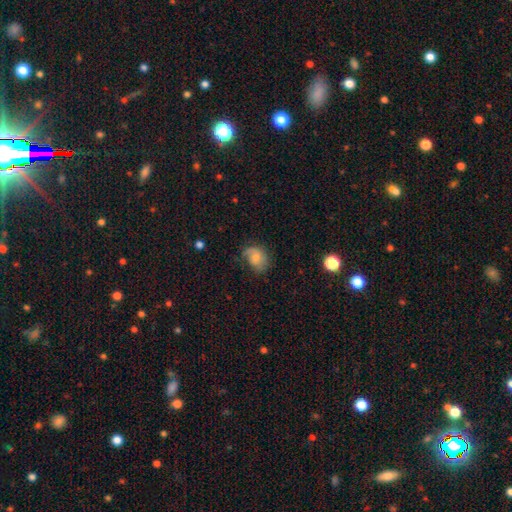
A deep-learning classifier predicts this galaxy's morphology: This appears to be a smooth galaxy with no disk features (53%) that is in between round and cigar-shaped (57%). Merging: none (53%).